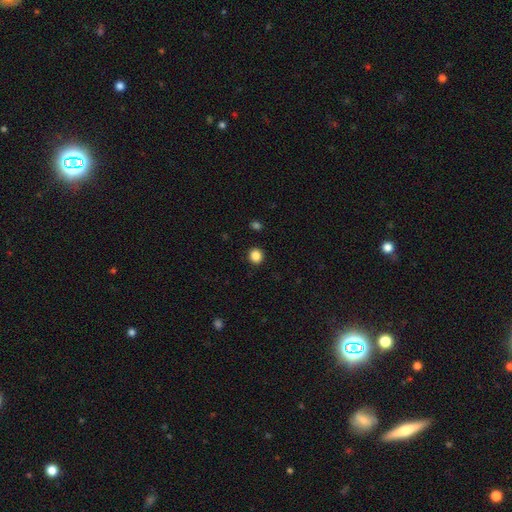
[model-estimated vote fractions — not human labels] Smooth or featured? smooth (87%)
How rounded? round (87%)
Merging? none (92%)